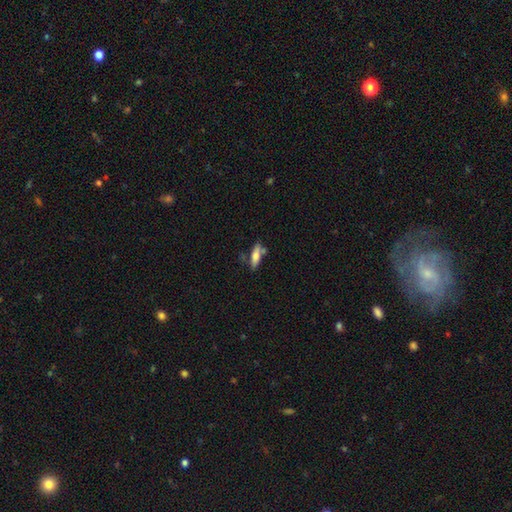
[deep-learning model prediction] smooth_or_featured: smooth (p=0.70) [alt: featured or disk p=0.22]
how_rounded: cigar-shaped (p=0.51) [alt: in between p=0.47]
merging: none (p=0.61) [alt: minor disturbance p=0.19]